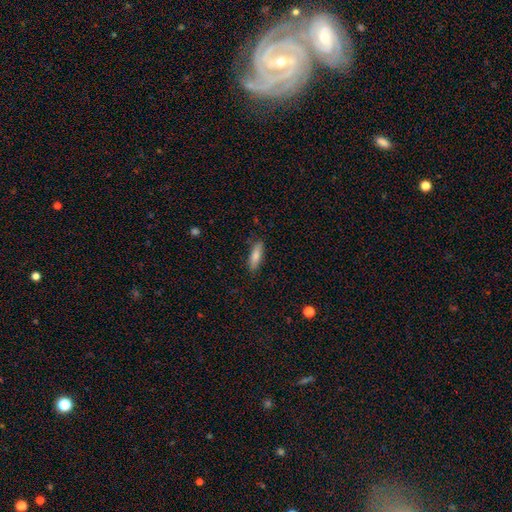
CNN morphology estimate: The model was most divided on "how rounded": cigar-shaped: 57%, in between: 42%, round: 2%. More confident: merging — none (85%); smooth or featured — smooth (78%).